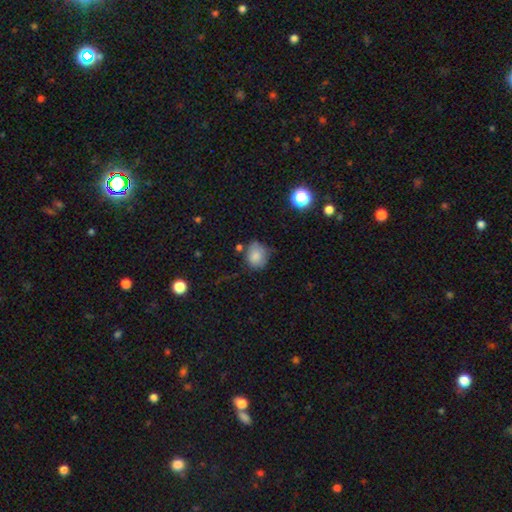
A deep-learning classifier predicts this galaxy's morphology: Smooth or featured?
  - smooth: 80% *
  - featured or disk: 10%
  - star or artifact: 10%
How rounded?
  - round: 52% *
  - in between: 47%
  - cigar-shaped: 1%
Merging?
  - none: 58% *
  - minor disturbance: 29%
  - major disturbance: 7%
  - merger: 6%